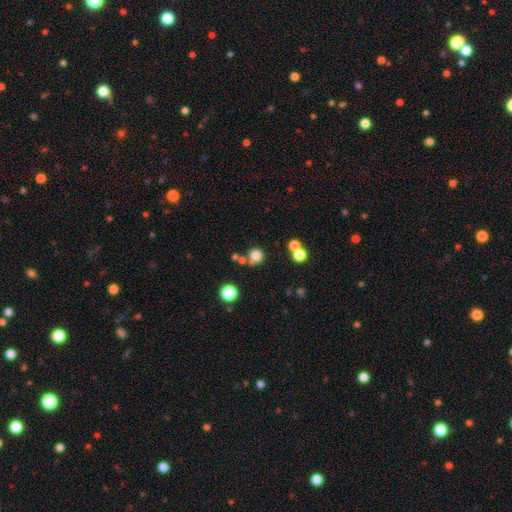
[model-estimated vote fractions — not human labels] This appears to be a smooth galaxy with no disk features (79%) that is round (92%). Merging: none (69%).